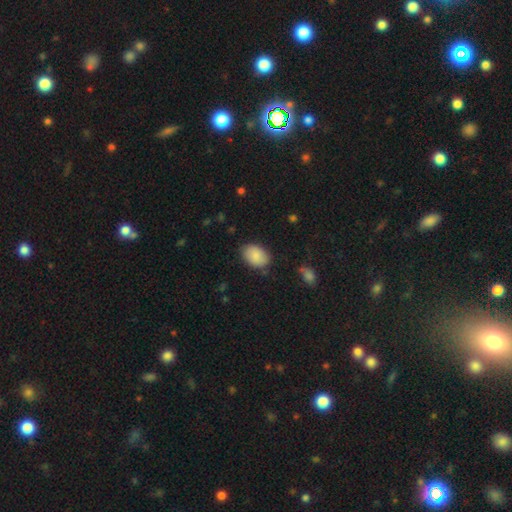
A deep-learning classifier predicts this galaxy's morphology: smooth_or_featured: smooth (p=0.86) [alt: featured or disk p=0.07]
how_rounded: in between (p=0.82) [alt: round p=0.17]
merging: none (p=0.82) [alt: minor disturbance p=0.13]